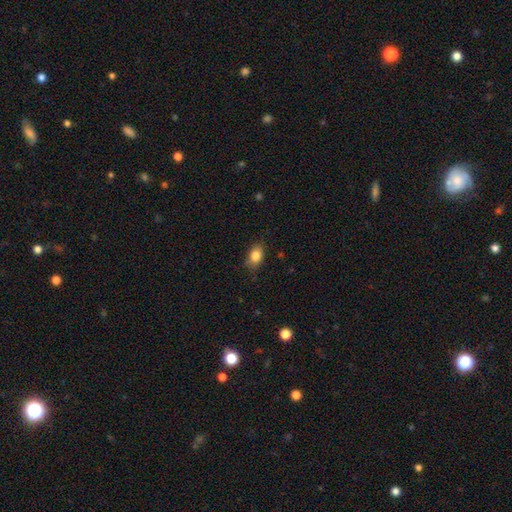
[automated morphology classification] Smooth or featured: smooth — 83% (star or artifact — 9%)
How rounded: in between — 80% (round — 18%)
Merging: none — 80% (minor disturbance — 16%)